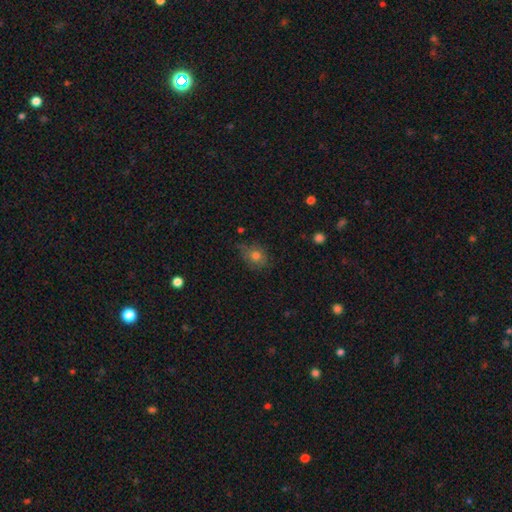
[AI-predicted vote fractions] A smooth galaxy with no disk features (75%) that is round (58%).

Vote fractions:
- Smooth or featured? smooth: 75% / star or artifact: 13% / featured or disk: 12%
- How rounded? round: 58% / in between: 41% / cigar-shaped: 1%
- Merging? none: 66% / minor disturbance: 26% / major disturbance: 6% / merger: 2%